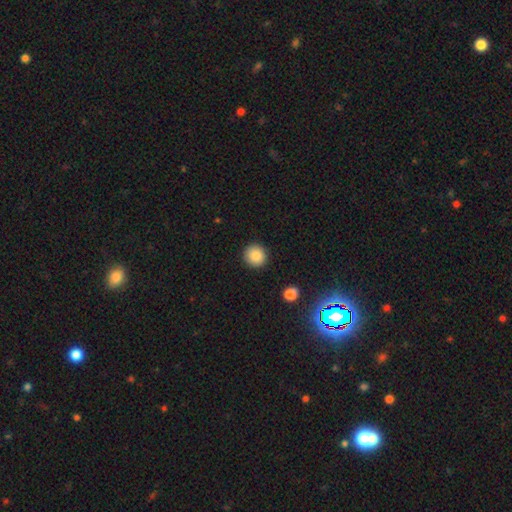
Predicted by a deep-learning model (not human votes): smooth_or_featured: smooth (p=0.87) [alt: star or artifact p=0.09]
how_rounded: round (p=0.93) [alt: in between p=0.07]
merging: none (p=0.91) [alt: minor disturbance p=0.05]